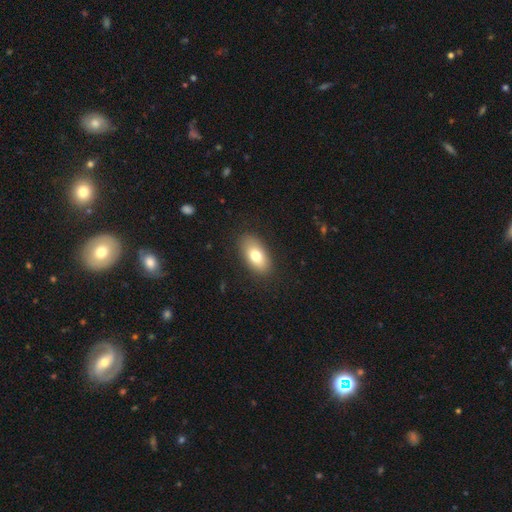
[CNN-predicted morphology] Smooth or featured? Predicted: smooth (p=0.76). How rounded? Predicted: in between (p=0.91). Merging? Predicted: none (p=0.87).